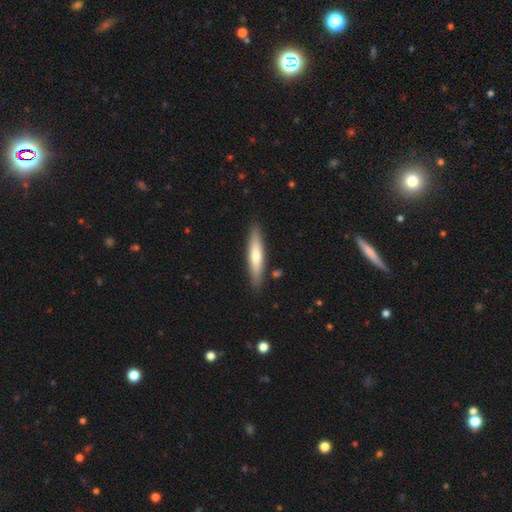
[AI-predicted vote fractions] This is possibly a smooth galaxy (58%). How rounded: clearly cigar-shaped (87%). Merging: clearly none (87%).